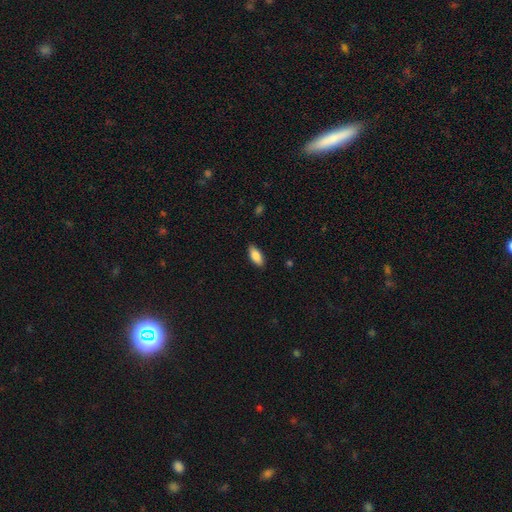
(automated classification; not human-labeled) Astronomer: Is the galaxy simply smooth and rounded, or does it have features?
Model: smooth — 85%.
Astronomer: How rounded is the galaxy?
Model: in between — 85%.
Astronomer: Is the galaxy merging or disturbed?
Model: none — 88%.